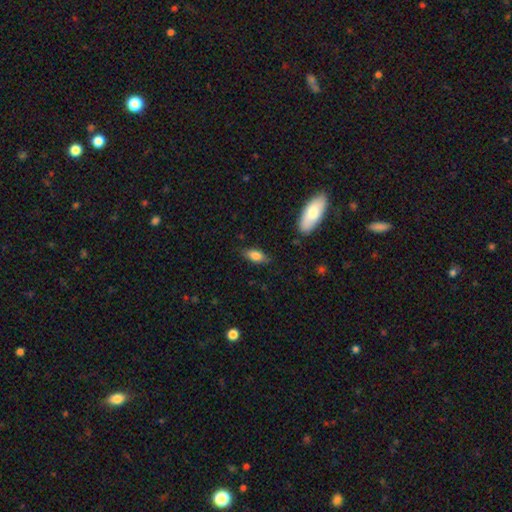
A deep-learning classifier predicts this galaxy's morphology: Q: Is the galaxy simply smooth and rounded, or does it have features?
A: smooth — 80%.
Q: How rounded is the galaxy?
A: in between — 82%.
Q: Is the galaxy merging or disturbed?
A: none — 81%.